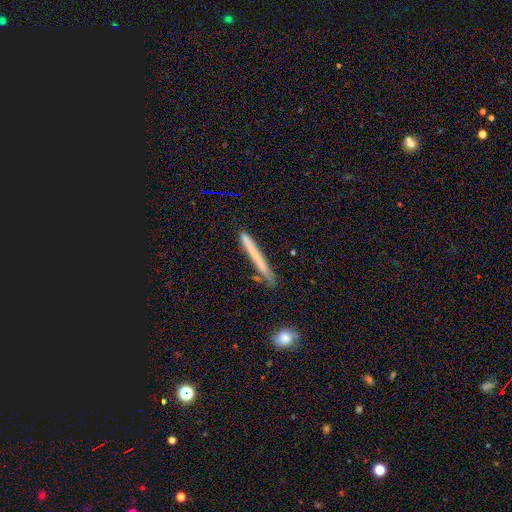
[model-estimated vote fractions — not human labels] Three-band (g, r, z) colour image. It shows a smooth galaxy with no disk features (60%) that is cigar-shaped (97%). Merging: none (79%).